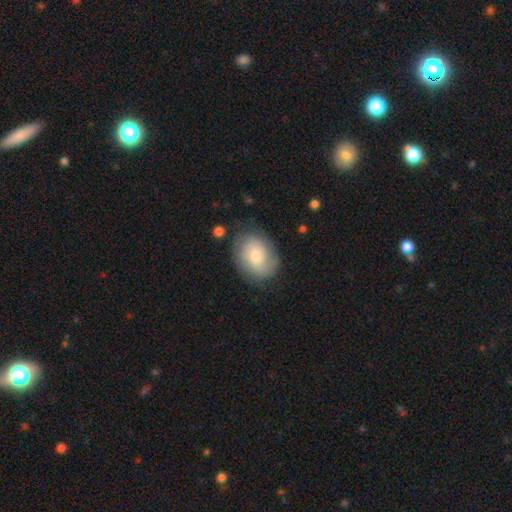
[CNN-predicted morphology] The model was most divided on "smooth or featured": smooth: 58%, featured or disk: 35%, star or artifact: 7%. More confident: merging — none (74%); how rounded — in between (62%).